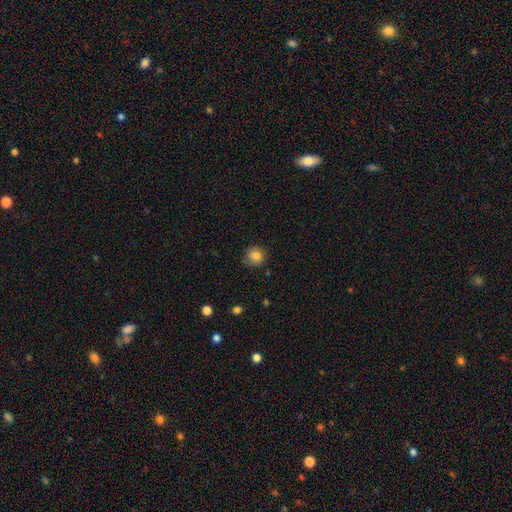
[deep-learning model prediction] The model was most divided on "merging": none: 79%, minor disturbance: 17%, major disturbance: 3%, merger: 1%. More confident: how rounded — round (89%); smooth or featured — smooth (84%).